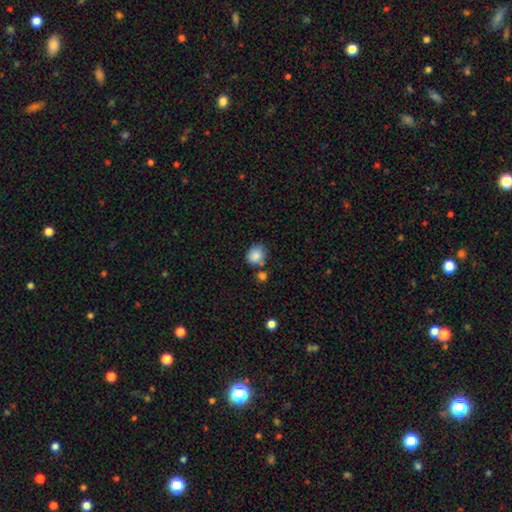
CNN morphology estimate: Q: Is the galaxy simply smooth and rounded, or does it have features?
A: smooth — 86%.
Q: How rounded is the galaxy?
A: round — 71%.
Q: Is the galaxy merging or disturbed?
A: none — 66%.